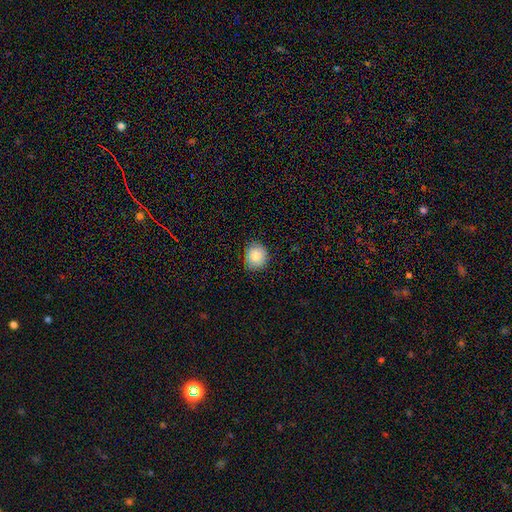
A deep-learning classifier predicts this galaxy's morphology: The model was most divided on "how rounded": round: 85%, in between: 14%, cigar-shaped: 1%. More confident: merging — none (85%); smooth or featured — smooth (82%).